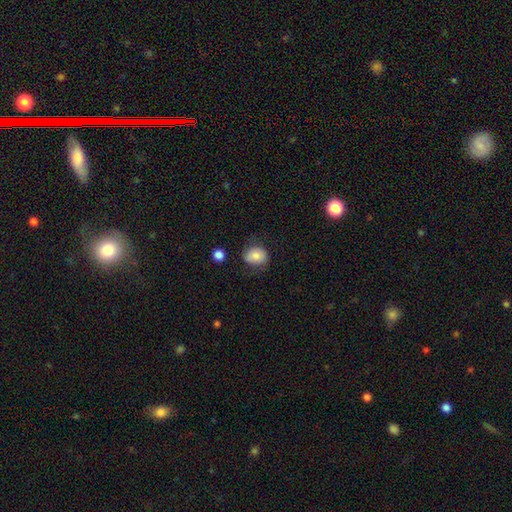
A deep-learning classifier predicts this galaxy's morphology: Smooth or featured? smooth (80%)
How rounded? round (52%)
Merging? none (71%)